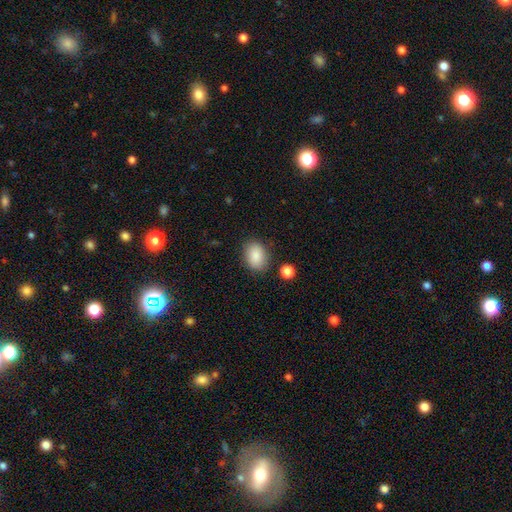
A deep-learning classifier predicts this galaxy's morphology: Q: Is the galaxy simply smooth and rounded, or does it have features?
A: smooth — 88%.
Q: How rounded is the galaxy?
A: in between — 78%.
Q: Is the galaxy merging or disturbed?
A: none — 82%.